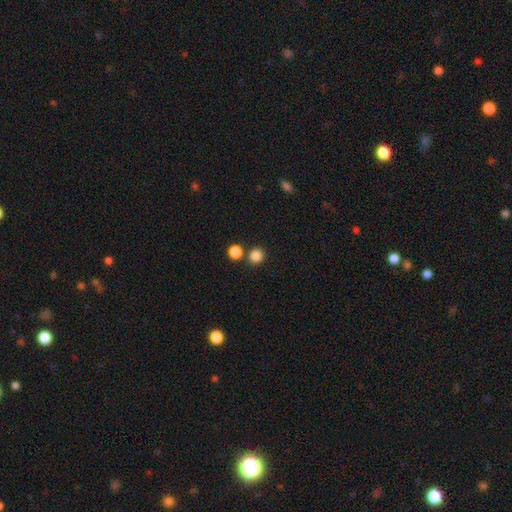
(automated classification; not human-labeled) This appears to be a smooth galaxy with no disk features (84%) that is round (90%). Merging: none (77%).